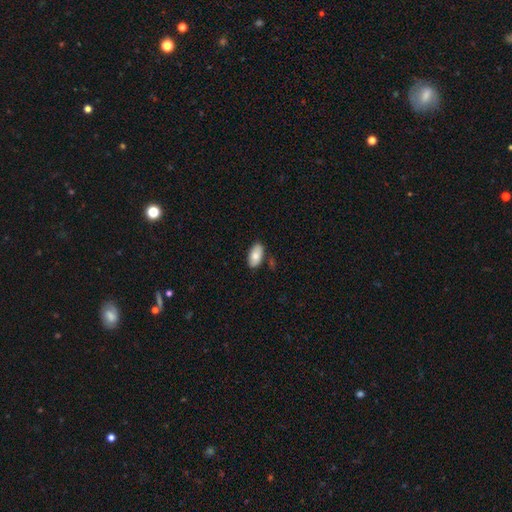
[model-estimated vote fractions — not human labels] Overall: smooth (81%). How rounded: in between (94%). Merging: none (80%).